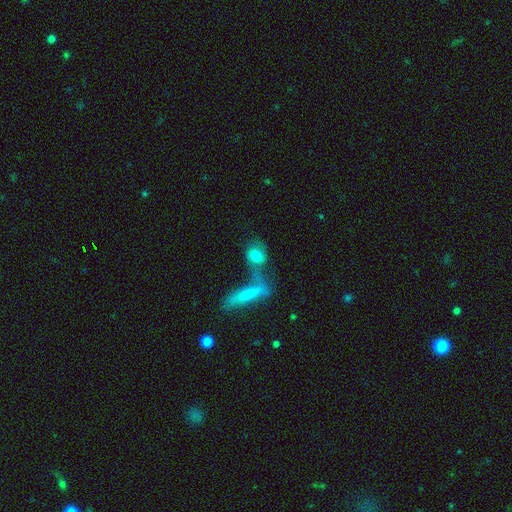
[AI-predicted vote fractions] smooth_or_featured: smooth (p=0.68) [alt: featured or disk p=0.22]
how_rounded: in between (p=0.51) [alt: round p=0.35]
merging: merger (p=0.42) [alt: none p=0.40]